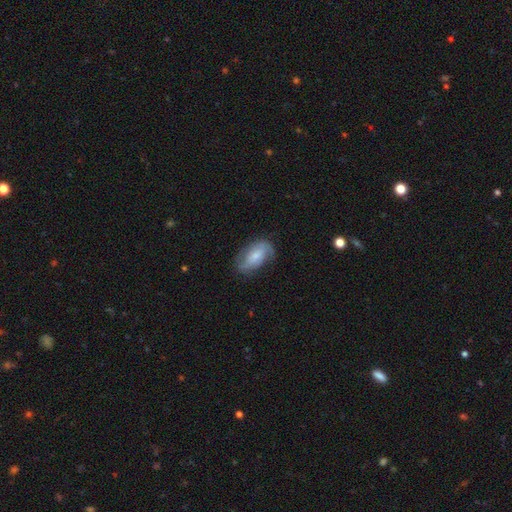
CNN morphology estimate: smooth_or_featured: featured or disk (p=0.55) [alt: smooth p=0.39]
disk_edge_on: no (p=0.94) [alt: yes p=0.06]
bar: no (p=0.51) [alt: weak p=0.34]
has_spiral_arms: yes (p=0.83) [alt: no p=0.17]
bulge_size: small (p=0.57) [alt: moderate p=0.31]
merging: none (p=0.64) [alt: minor disturbance p=0.24]